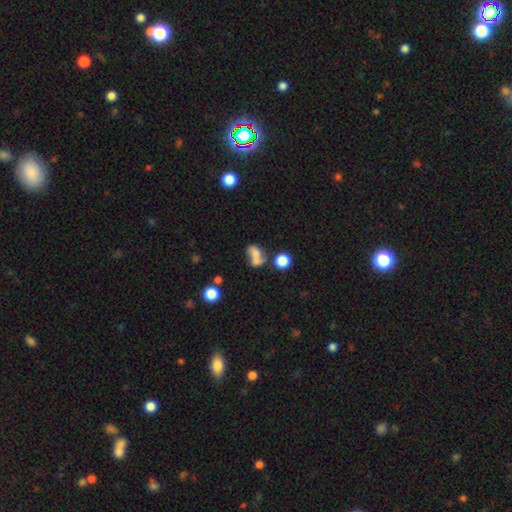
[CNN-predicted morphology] Smooth or featured? smooth (62%)
How rounded? in between (64%)
Merging? merger (54%)